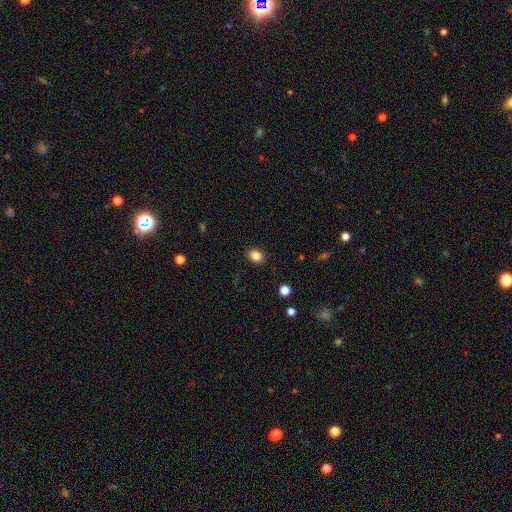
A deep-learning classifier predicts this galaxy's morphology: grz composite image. It shows a smooth galaxy with no disk features (85%) that is in between round and cigar-shaped (55%). Merging: none (89%).